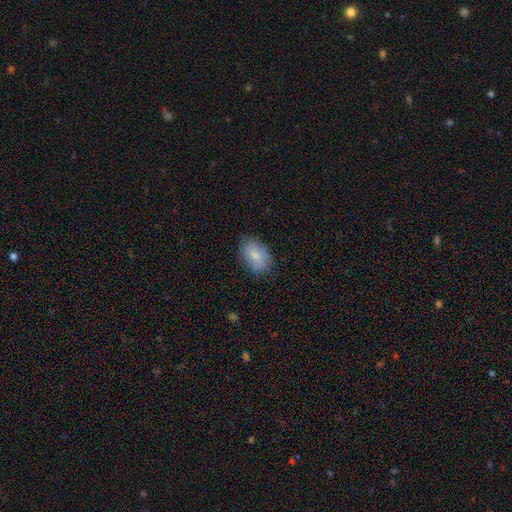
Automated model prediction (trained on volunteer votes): Overall: smooth (76%). How rounded: in between (88%). Merging: none (78%).